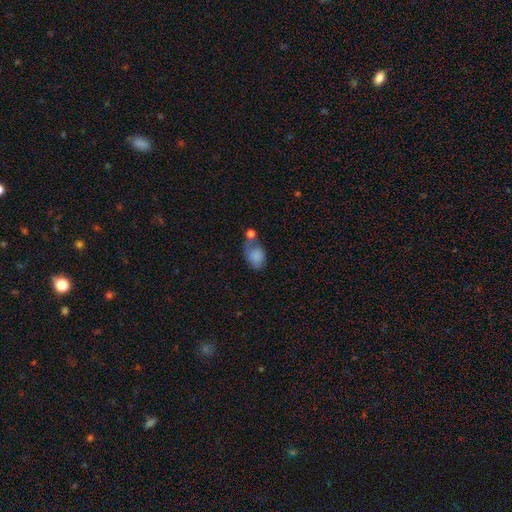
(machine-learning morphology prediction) smooth-or-featured: smooth: 79% | featured or disk: 12% | star or artifact: 9%
  how-rounded: in between: 76% | round: 23% | cigar-shaped: 1%
  merging: merger: 35% | none: 29% | minor disturbance: 21% | major disturbance: 16%